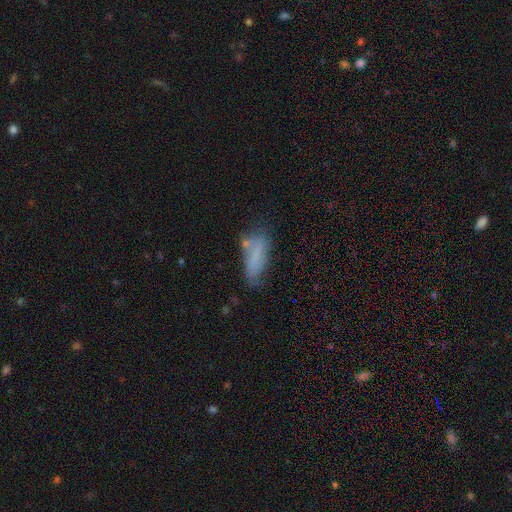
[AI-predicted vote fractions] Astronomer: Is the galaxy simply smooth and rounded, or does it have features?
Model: smooth — 60%.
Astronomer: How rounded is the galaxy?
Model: in between — 62%.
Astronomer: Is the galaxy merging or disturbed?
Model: none — 42% (runner-up: minor disturbance, 31%).